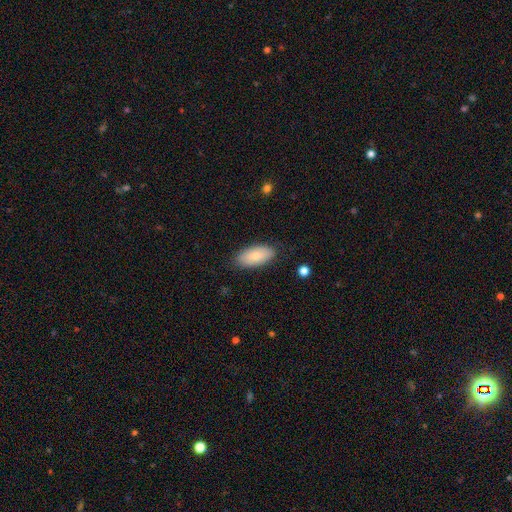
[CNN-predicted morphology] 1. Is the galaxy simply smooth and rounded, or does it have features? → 82% smooth, 12% featured or disk, 6% star or artifact.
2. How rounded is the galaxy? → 91% in between, 7% cigar-shaped, 2% round.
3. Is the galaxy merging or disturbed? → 83% none, 13% minor disturbance, 3% major disturbance, 1% merger.